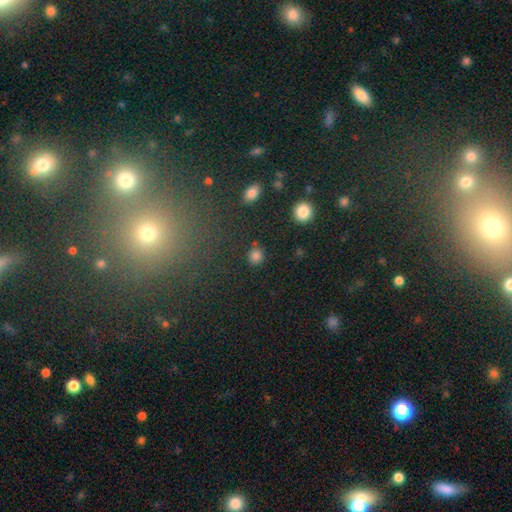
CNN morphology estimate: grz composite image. It shows a smooth galaxy with no disk features (83%) that is round (86%). Merging: none (86%).